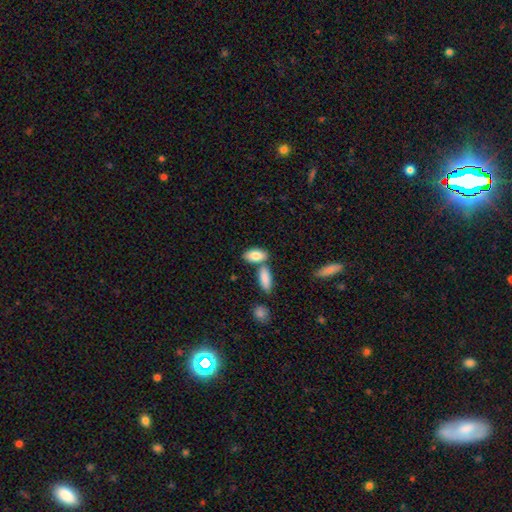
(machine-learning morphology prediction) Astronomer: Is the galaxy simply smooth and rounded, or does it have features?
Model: smooth — 84%.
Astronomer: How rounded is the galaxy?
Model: in between — 90%.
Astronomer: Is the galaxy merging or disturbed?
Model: none — 59%.